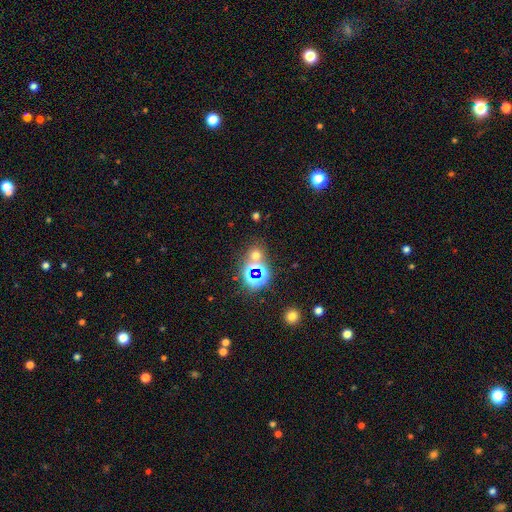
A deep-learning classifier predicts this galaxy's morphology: This is possibly a smooth galaxy (47%). Merging: likely none (67%).